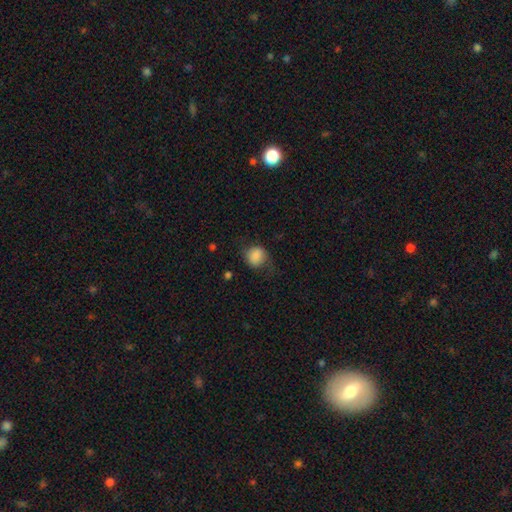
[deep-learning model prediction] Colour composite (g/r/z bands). It shows a smooth galaxy with no disk features (82%) that is round (76%). Merging: none (61%).